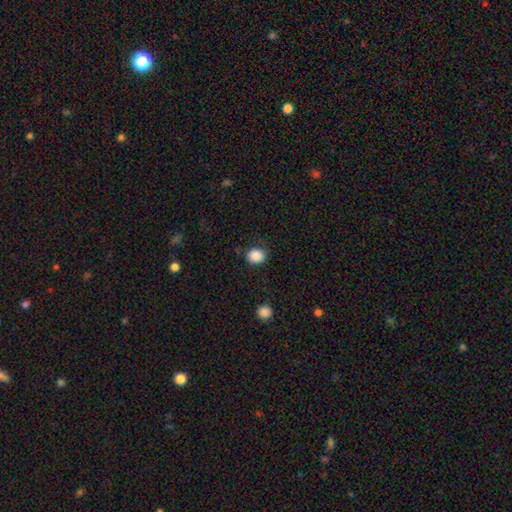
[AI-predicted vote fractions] smooth_or_featured: smooth (p=0.87) [alt: star or artifact p=0.09]
how_rounded: round (p=0.68) [alt: in between p=0.31]
merging: none (p=0.79) [alt: minor disturbance p=0.15]